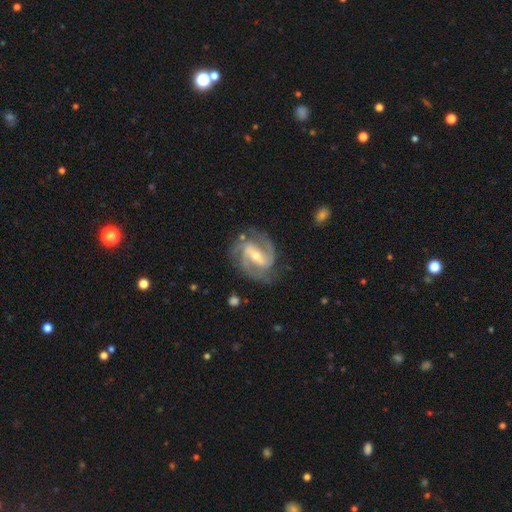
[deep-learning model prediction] Smooth or featured? Predicted: featured or disk (p=0.91). Edge-on disk? Predicted: no (p=0.97). Bar? Predicted: strong (p=0.54). Spiral arms? Predicted: yes (p=0.98). Spiral winding? Predicted: medium (p=0.52). Spiral arm count? Predicted: 2 (p=0.64). Bulge size? Predicted: small (p=0.50). Merging? Predicted: none (p=0.77).